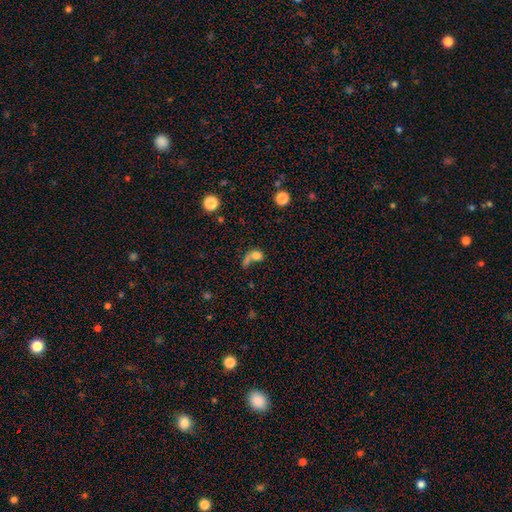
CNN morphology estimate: This appears to be a smooth galaxy with no disk features (66%) that is in between round and cigar-shaped (49%). Merging: merger (37%).